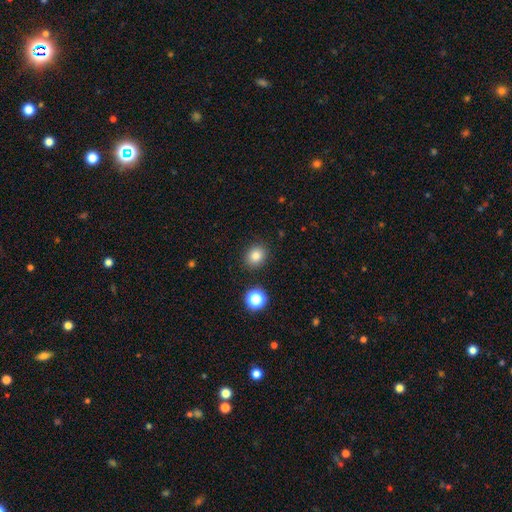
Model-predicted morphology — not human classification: smooth 82%, star or artifact 12%, featured or disk 6%. Down the decision tree: how rounded — round (69%); merging — none (88%).